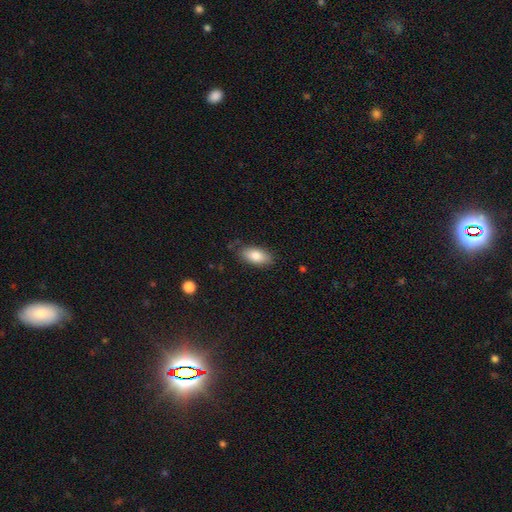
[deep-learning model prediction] The model was most divided on "merging": none: 80%, minor disturbance: 15%, major disturbance: 3%, merger: 2%. More confident: how rounded — in between (90%); smooth or featured — smooth (82%).